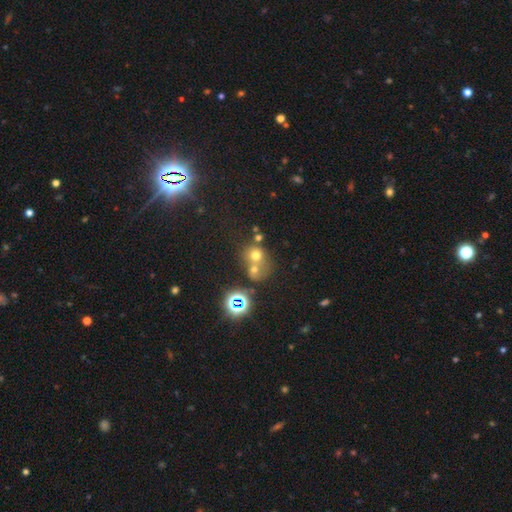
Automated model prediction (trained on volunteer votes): A smooth galaxy with no disk features (61%) that is round (77%). Merging: merger (50%).